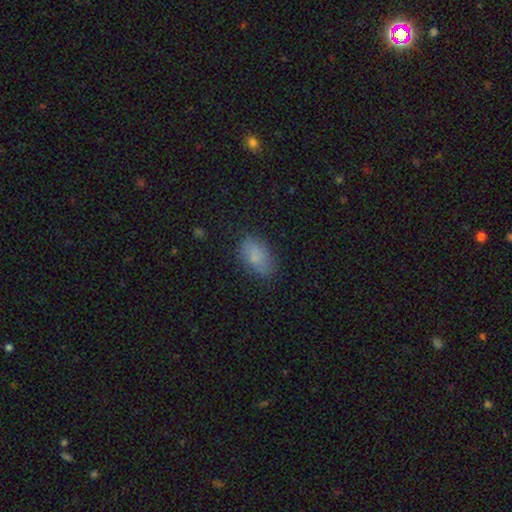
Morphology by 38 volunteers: Smooth or featured?
  - smooth: 84% *
  - featured or disk: 8%
  - star or artifact: 8%
How rounded?
  - in between: 97% *
  - cigar-shaped: 3%
  - round: 0%
Merging?
  - none: 86% *
  - major disturbance: 9%
  - minor disturbance: 6%
  - merger: 0%